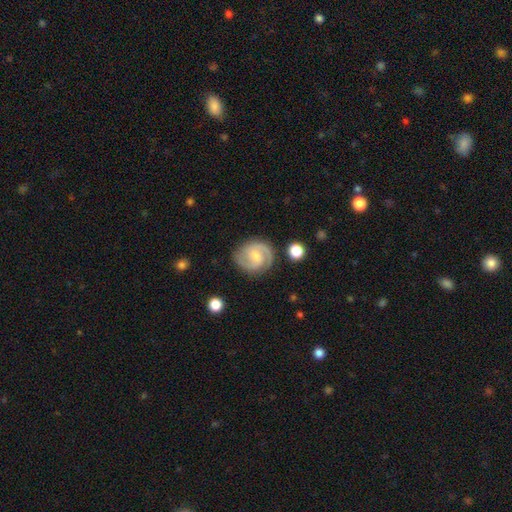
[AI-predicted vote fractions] Smooth or featured? featured or disk (84%)
Edge-on disk? no (98%)
Bar? weak (52%)
Spiral arms? yes (97%)
Spiral winding? medium (50%)
Spiral arm count? 2 (89%)
Bulge size? small (54%)
Merging? none (83%)